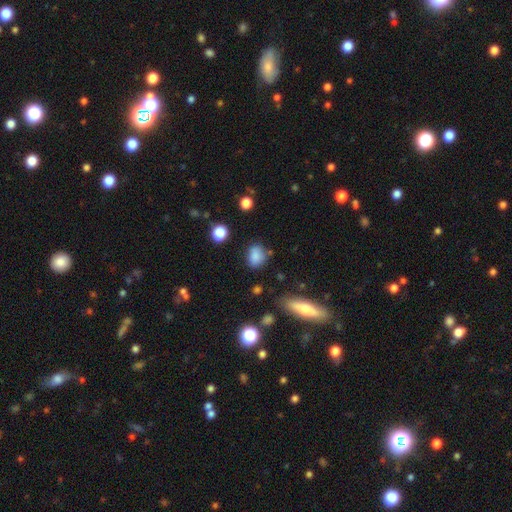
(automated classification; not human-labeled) A smooth galaxy with no disk features (82%) that is in between round and cigar-shaped (62%). Merging: none (71%).